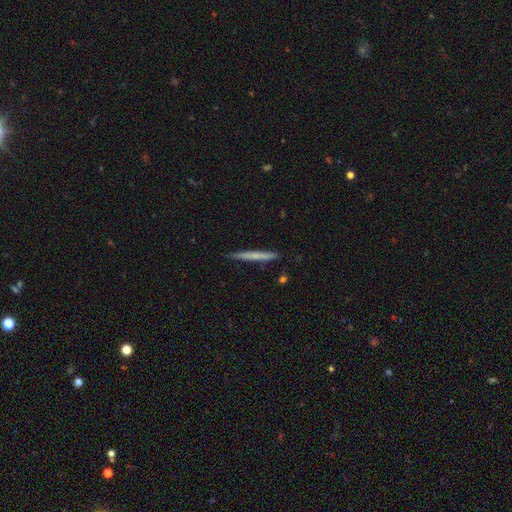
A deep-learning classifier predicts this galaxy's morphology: The model was most divided on "smooth or featured": smooth: 58%, featured or disk: 36%, star or artifact: 6%. More confident: how rounded — cigar-shaped (96%); merging — none (88%).